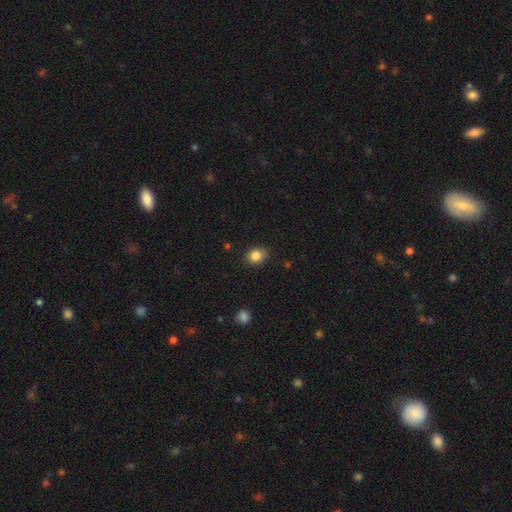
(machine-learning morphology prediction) smooth 85%, star or artifact 10%, featured or disk 5%. Down the decision tree: how rounded — round (51%); merging — none (79%).